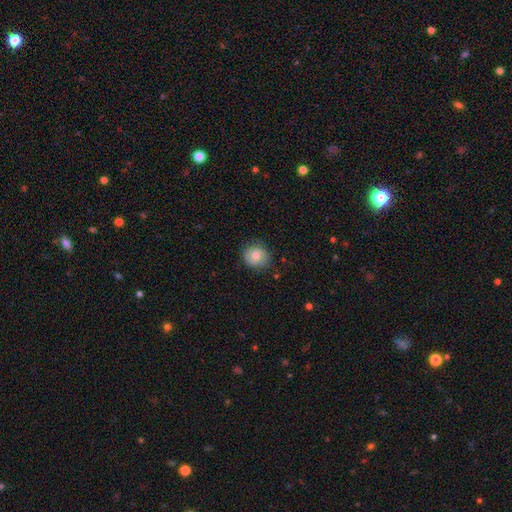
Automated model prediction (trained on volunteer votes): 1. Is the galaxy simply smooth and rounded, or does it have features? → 83% smooth, 9% featured or disk, 8% star or artifact.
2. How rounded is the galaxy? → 81% round, 18% in between, 1% cigar-shaped.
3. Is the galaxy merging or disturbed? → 80% none, 15% minor disturbance, 3% major disturbance, 1% merger.